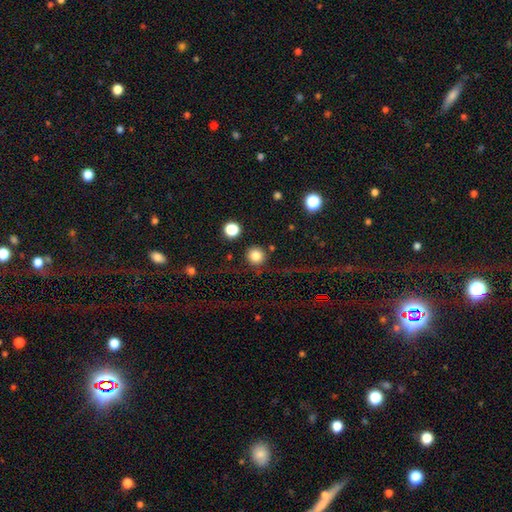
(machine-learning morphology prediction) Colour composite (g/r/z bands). It shows a smooth galaxy with no disk features (83%) that is round (95%). Merging: none (85%).